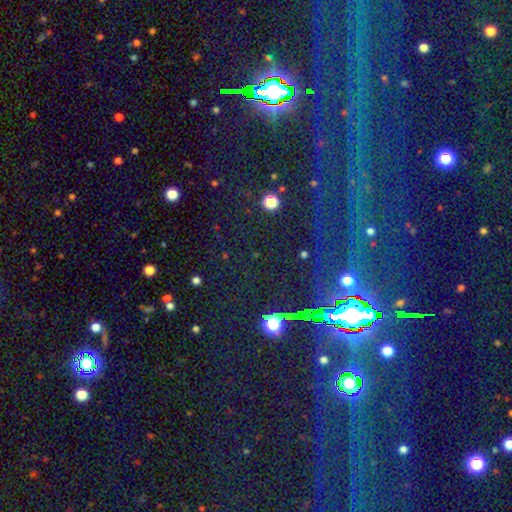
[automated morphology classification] A star or artifact, not a galaxy (85%).